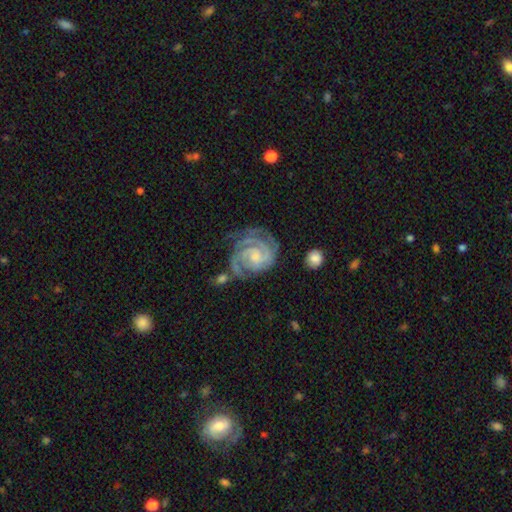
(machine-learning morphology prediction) smooth-or-featured: featured or disk: 90% | smooth: 5% | star or artifact: 5%
  disk-edge-on: no: 98% | yes: 2%
    bar: no: 54% | weak: 37% | strong: 9%
    has-spiral-arms: yes: 98% | no: 2%
      spiral-winding: tight: 75% | medium: 22% | loose: 3%
      spiral-arm-count: 2: 42% | 3: 30% | can't tell: 13% | 4: 7% | 1: 4% | more than 4: 4%
    bulge-size: small: 53% | moderate: 35% | none: 9% | large: 3% | dominant: 1%
  merging: none: 59% | minor disturbance: 23% | major disturbance: 12% | merger: 6%